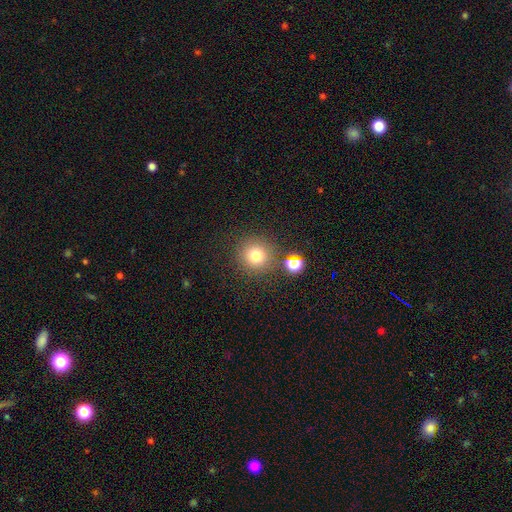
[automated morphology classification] Smooth or featured? Predicted: smooth (p=0.78). How rounded? Predicted: round (p=0.94). Merging? Predicted: none (p=0.80).